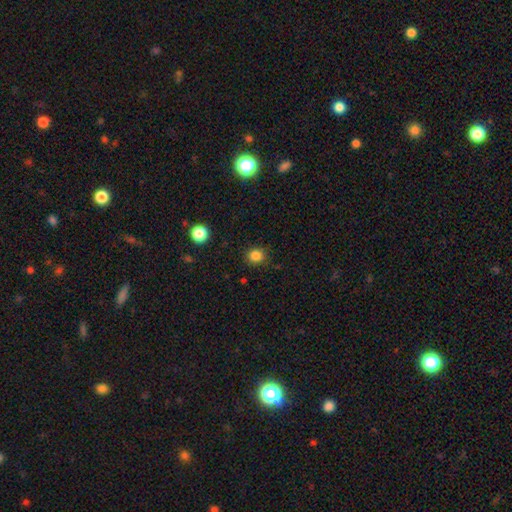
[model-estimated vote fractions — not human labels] Smooth or featured: smooth — 84% (star or artifact — 12%)
How rounded: round — 82% (in between — 17%)
Merging: none — 87% (minor disturbance — 9%)